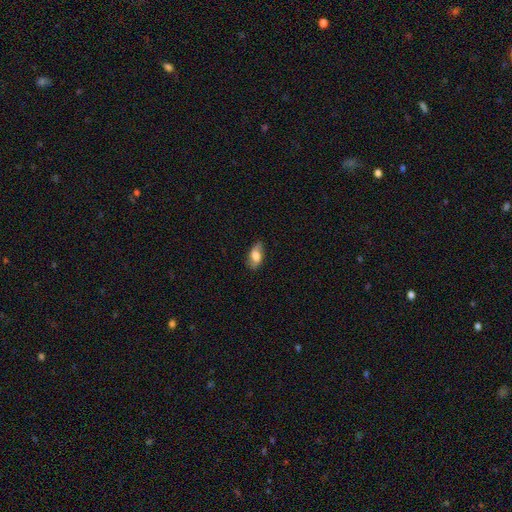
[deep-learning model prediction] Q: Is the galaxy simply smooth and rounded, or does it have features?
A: smooth — 60%.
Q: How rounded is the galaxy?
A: in between — 89%.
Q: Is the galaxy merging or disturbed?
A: none — 78%.